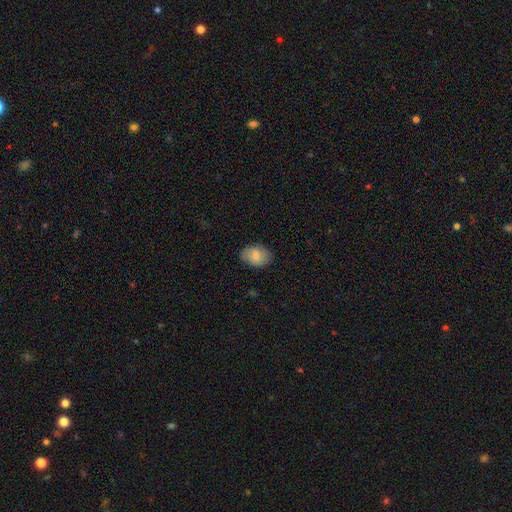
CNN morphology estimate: Smooth or featured? Predicted: smooth (p=0.79). How rounded? Predicted: in between (p=0.78). Merging? Predicted: none (p=0.78).